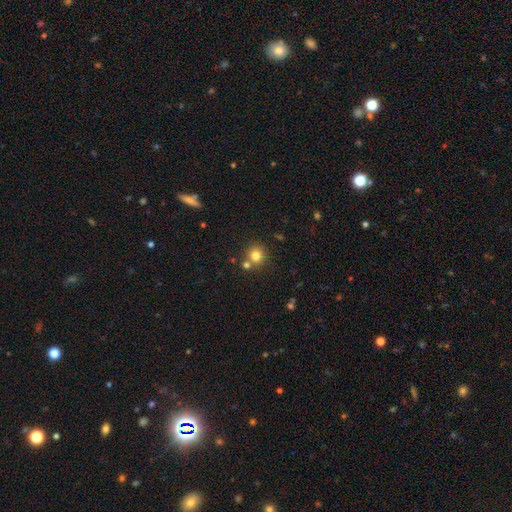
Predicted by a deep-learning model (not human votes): Morphology: type=smooth (79%); roundness=round (91%); merging=none (72%).